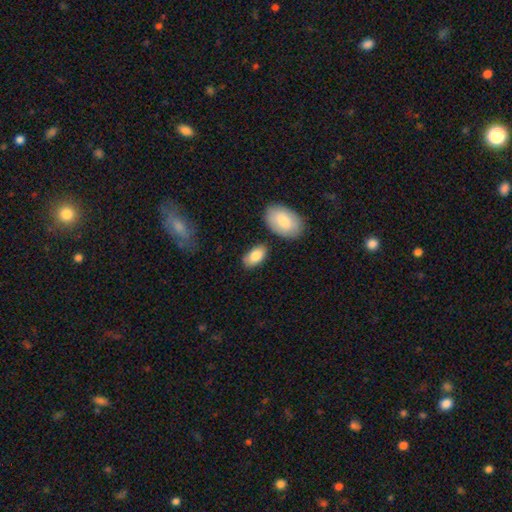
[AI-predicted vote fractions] Q: Smooth or featured?
A: smooth (83%); runner-up: featured or disk (11%)
Q: How rounded?
A: in between (94%); runner-up: round (4%)
Q: Merging?
A: none (77%); runner-up: minor disturbance (14%)